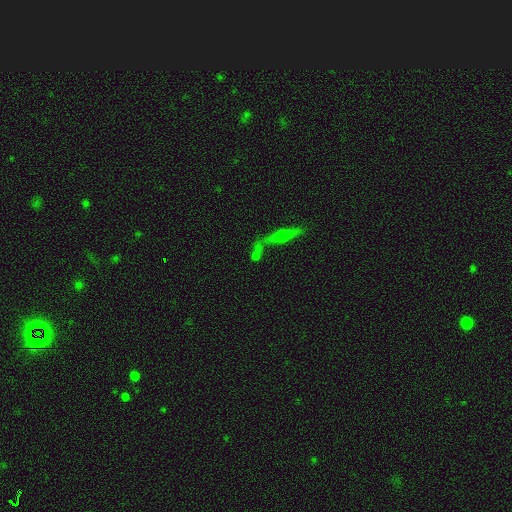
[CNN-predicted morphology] Q: Smooth or featured?
A: smooth (44%); runner-up: featured or disk (35%)
Q: Merging?
A: none (46%); runner-up: merger (35%)